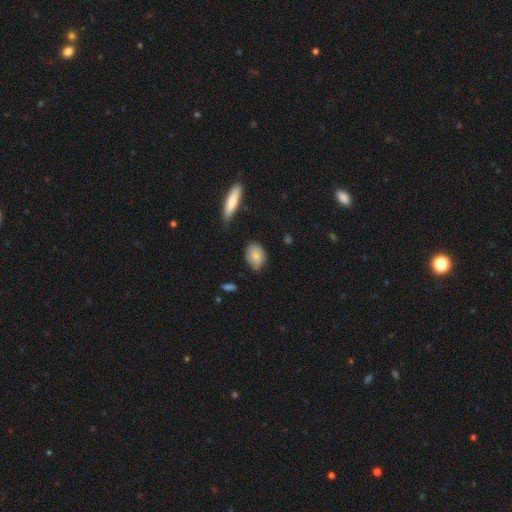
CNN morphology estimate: Smooth or featured? Predicted: smooth (p=0.75). How rounded? Predicted: in between (p=0.71). Merging? Predicted: none (p=0.67).